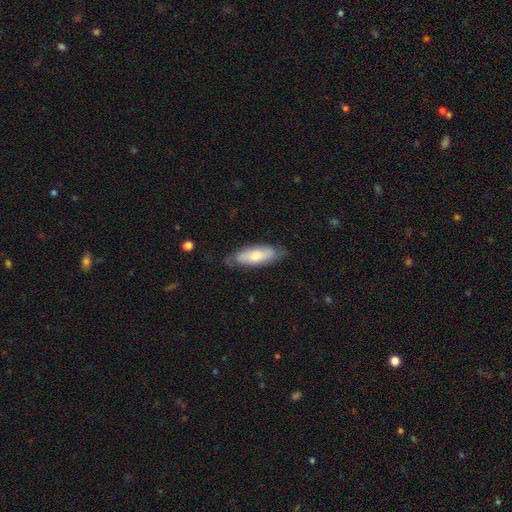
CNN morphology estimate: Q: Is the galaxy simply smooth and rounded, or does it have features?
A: smooth — 64%.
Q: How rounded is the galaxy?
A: in between — 69%.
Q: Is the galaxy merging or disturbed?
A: none — 69%.